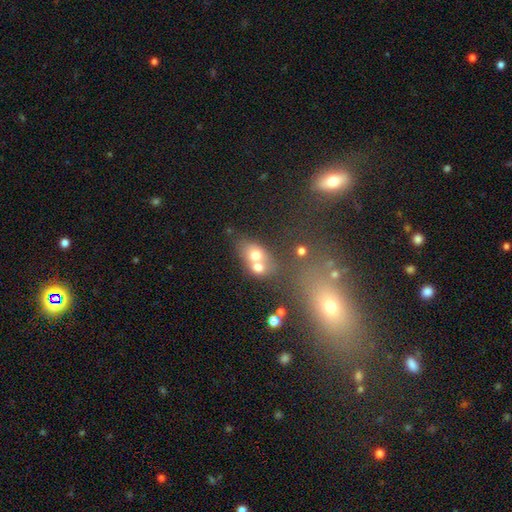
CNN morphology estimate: Smooth or featured? smooth (66%)
How rounded? in between (52%)
Merging? merger (59%)